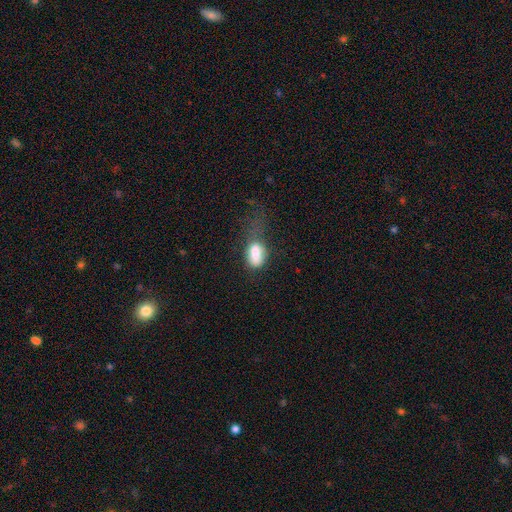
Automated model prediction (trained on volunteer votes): A smooth galaxy with no disk features (75%) that is in between round and cigar-shaped (85%).

Vote fractions:
- Smooth or featured? smooth: 75% / featured or disk: 16% / star or artifact: 9%
- How rounded? in between: 85% / round: 10% / cigar-shaped: 5%
- Merging? major disturbance: 42% / minor disturbance: 26% / none: 24% / merger: 8%